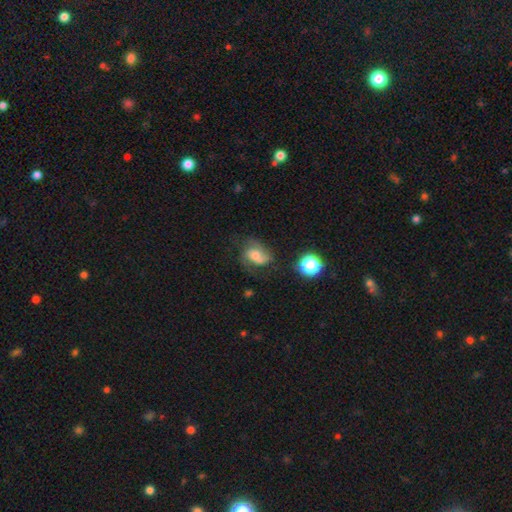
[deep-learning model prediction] Smooth or featured: featured or disk — 50% (smooth — 39%)
Merging: none — 41% (minor disturbance — 27%)